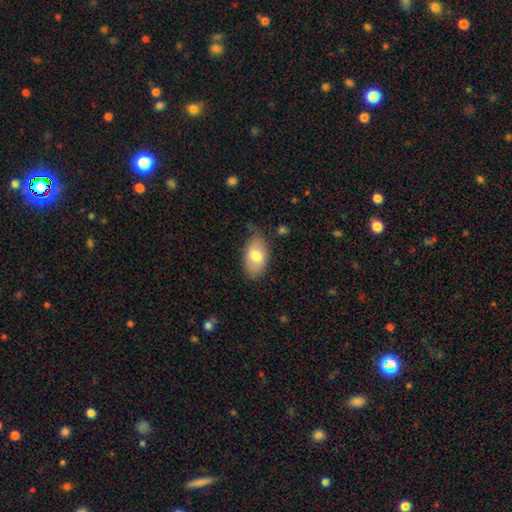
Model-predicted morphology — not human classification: This appears to be a smooth galaxy with no disk features (76%) that is in between round and cigar-shaped (93%). Merging: none (68%).